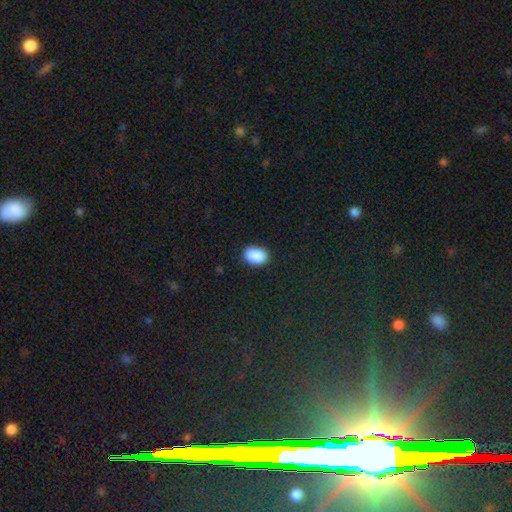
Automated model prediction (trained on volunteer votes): smooth 90%, star or artifact 7%, featured or disk 3%. Down the decision tree: how rounded — in between (83%); merging — none (86%).